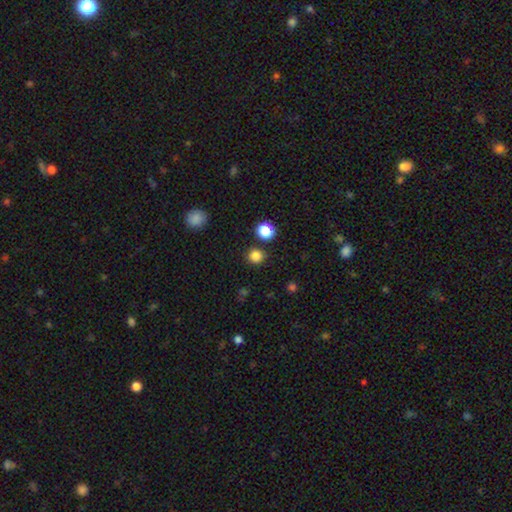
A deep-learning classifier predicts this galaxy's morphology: A smooth galaxy with no disk features (83%) that is round (91%). Merging: none (87%).